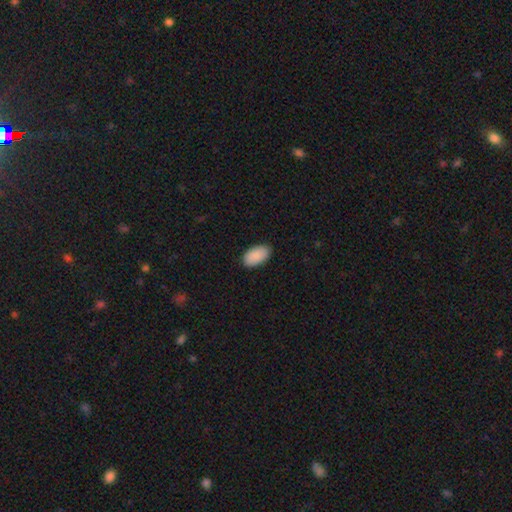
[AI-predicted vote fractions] A smooth galaxy with no disk features (90%) that is in between round and cigar-shaped (95%). Merging: none (86%).